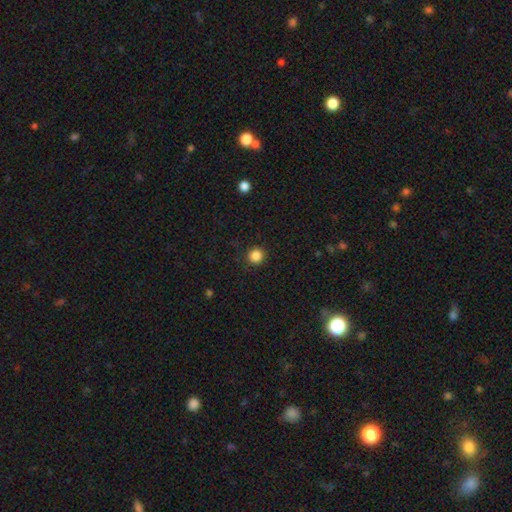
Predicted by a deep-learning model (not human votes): The model was most divided on "smooth or featured": smooth: 86%, star or artifact: 11%, featured or disk: 3%. More confident: how rounded — round (94%); merging — none (91%).